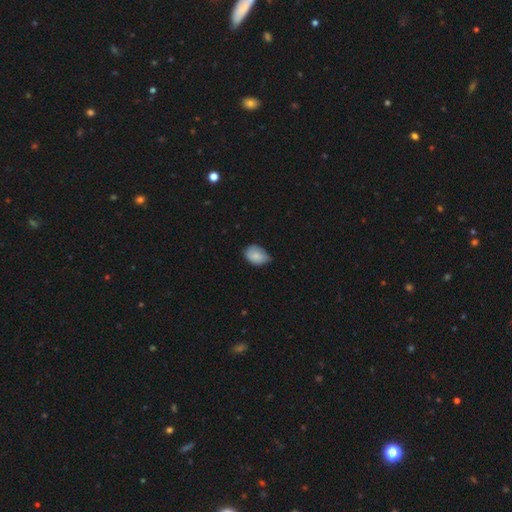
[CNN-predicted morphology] smooth 81%, featured or disk 11%, star or artifact 7%. Down the decision tree: how rounded — in between (76%); merging — none (53%).